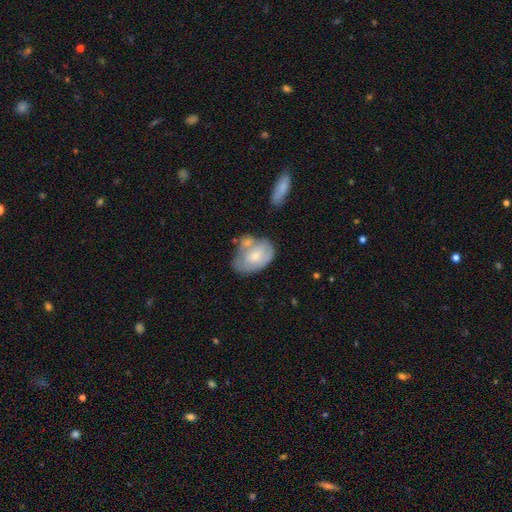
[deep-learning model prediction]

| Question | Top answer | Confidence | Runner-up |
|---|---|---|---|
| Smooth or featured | smooth | 54% | featured or disk (40%) |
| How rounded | in between | 79% | round (19%) |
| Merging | none | 35% | merger (30%) |